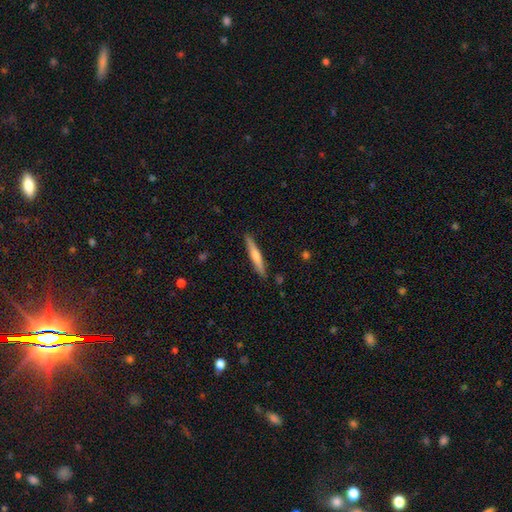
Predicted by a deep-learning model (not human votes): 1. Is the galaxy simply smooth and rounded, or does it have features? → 50% smooth, 45% featured or disk, 5% star or artifact.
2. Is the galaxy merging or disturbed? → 90% none, 7% minor disturbance, 1% major disturbance, 1% merger.